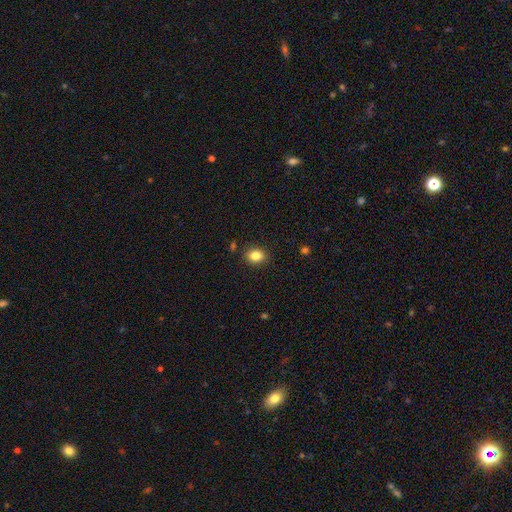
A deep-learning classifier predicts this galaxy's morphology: A smooth galaxy with no disk features (84%) that is in between round and cigar-shaped (54%).

Vote fractions:
- Smooth or featured? smooth: 84% / star or artifact: 10% / featured or disk: 6%
- How rounded? in between: 54% / round: 45% / cigar-shaped: 1%
- Merging? none: 88% / minor disturbance: 8% / major disturbance: 2% / merger: 2%